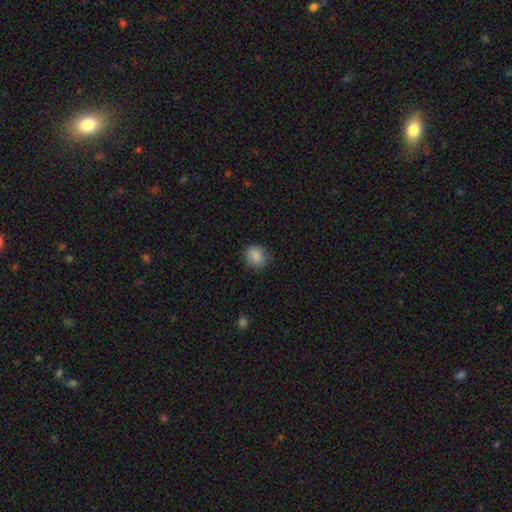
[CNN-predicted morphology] This appears to be a smooth galaxy with no disk features (88%) that is round (61%). Merging: none (84%).